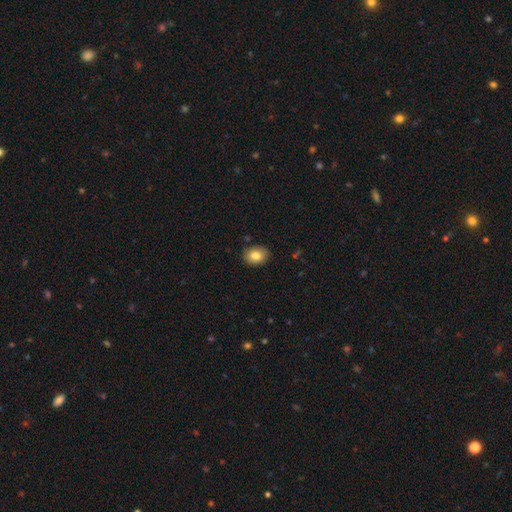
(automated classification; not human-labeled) smooth-or-featured: smooth: 81% | featured or disk: 10% | star or artifact: 8%
  how-rounded: in between: 59% | round: 40% | cigar-shaped: 1%
  merging: none: 84% | minor disturbance: 12% | major disturbance: 2% | merger: 2%